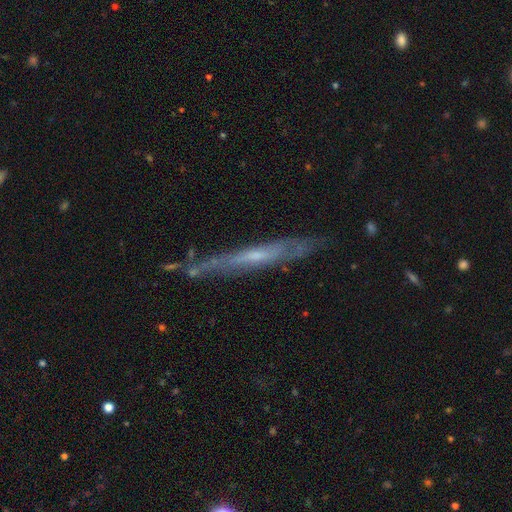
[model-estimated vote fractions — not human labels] A featured or disk galaxy (71%) viewed edge-on (83%) with no central bulge (58%). Merging: none (74%).